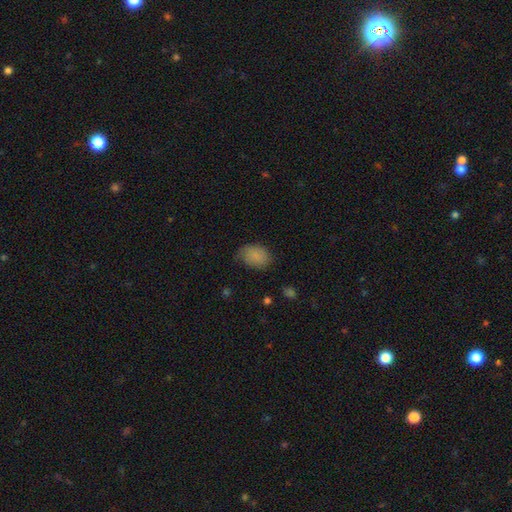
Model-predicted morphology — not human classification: Overall: smooth (83%). How rounded: in between (78%). Merging: none (63%; minor disturbance 29%).